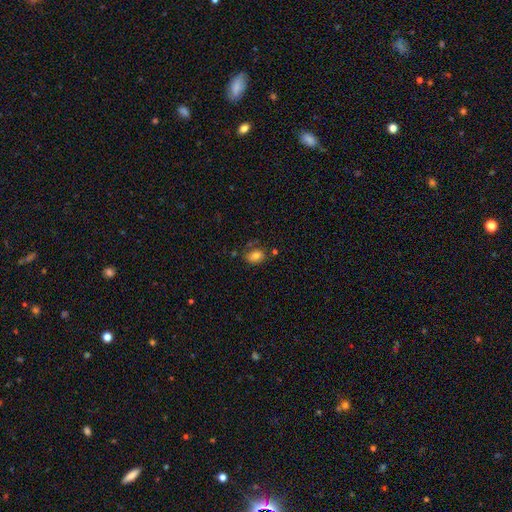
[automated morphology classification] smooth_or_featured: smooth (p=0.78) [alt: featured or disk p=0.12]
how_rounded: in between (p=0.70) [alt: round p=0.28]
merging: none (p=0.70) [alt: minor disturbance p=0.18]